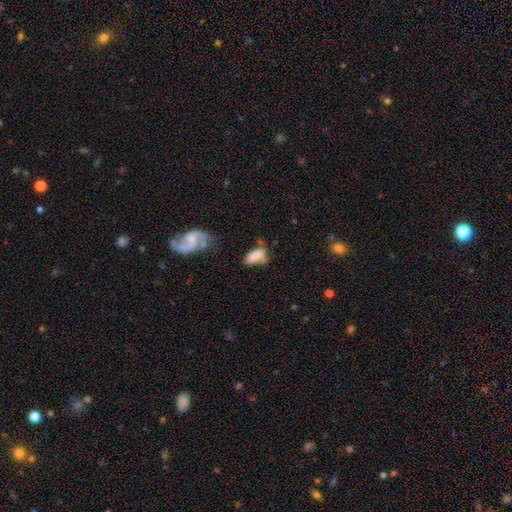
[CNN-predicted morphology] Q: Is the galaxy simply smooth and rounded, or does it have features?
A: smooth — 76%.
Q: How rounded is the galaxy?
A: in between — 90%.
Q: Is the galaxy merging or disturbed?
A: none — 43%.